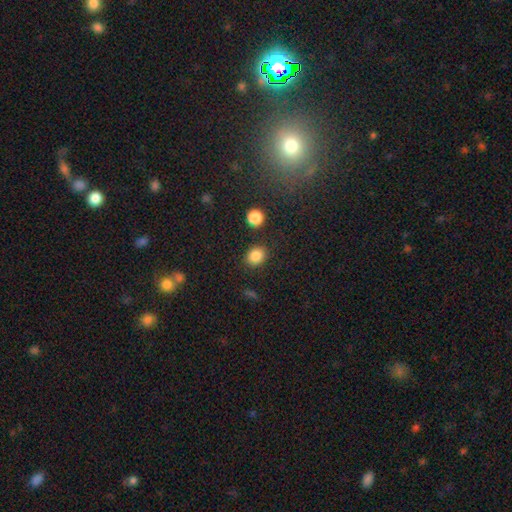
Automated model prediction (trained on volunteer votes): smooth 85%, star or artifact 10%, featured or disk 5%. Down the decision tree: how rounded — round (57%); merging — none (83%).